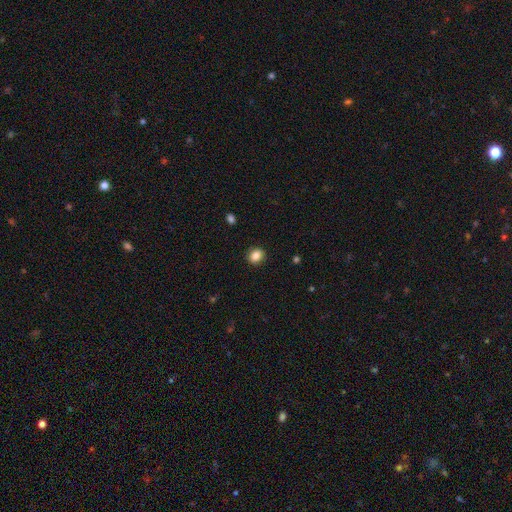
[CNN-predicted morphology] Q: Smooth or featured?
A: smooth (86%); runner-up: star or artifact (9%)
Q: How rounded?
A: round (67%); runner-up: in between (32%)
Q: Merging?
A: none (90%); runner-up: minor disturbance (7%)